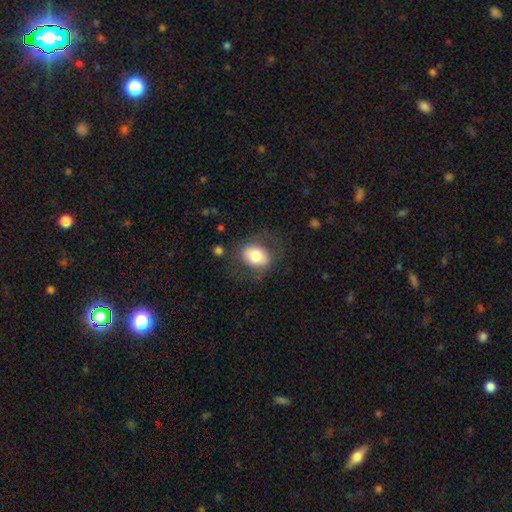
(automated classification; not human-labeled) Overall: smooth (73%). How rounded: in between (58%; round 41%). Merging: none (72%).